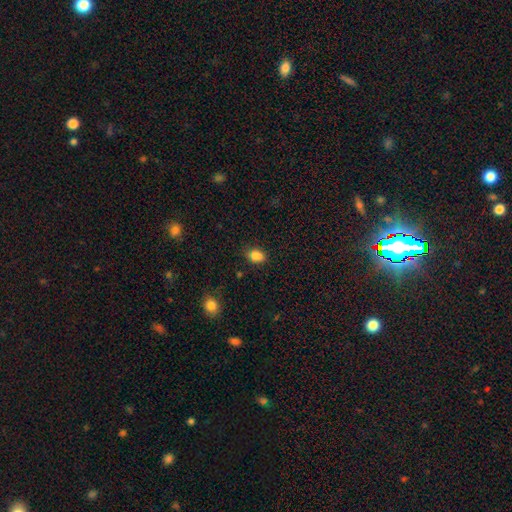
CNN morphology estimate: Smooth or featured?
  - smooth: 85% *
  - star or artifact: 11%
  - featured or disk: 5%
How rounded?
  - in between: 80% *
  - round: 18%
  - cigar-shaped: 2%
Merging?
  - none: 74% *
  - minor disturbance: 19%
  - major disturbance: 4%
  - merger: 3%